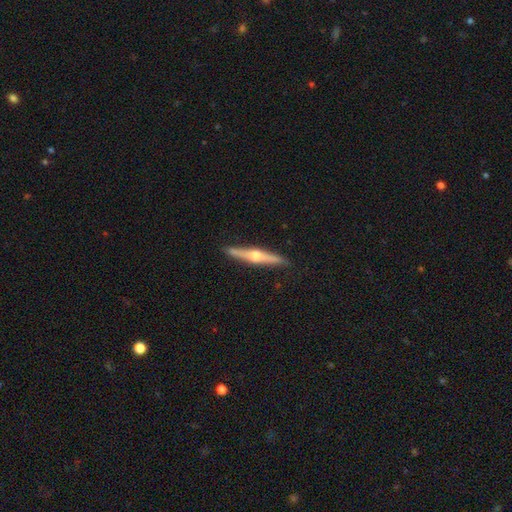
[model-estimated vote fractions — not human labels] Morphology: type=featured or disk (74%); edge-on=yes (98%); edge-on bulge=rounded (92%); merging=none (91%).